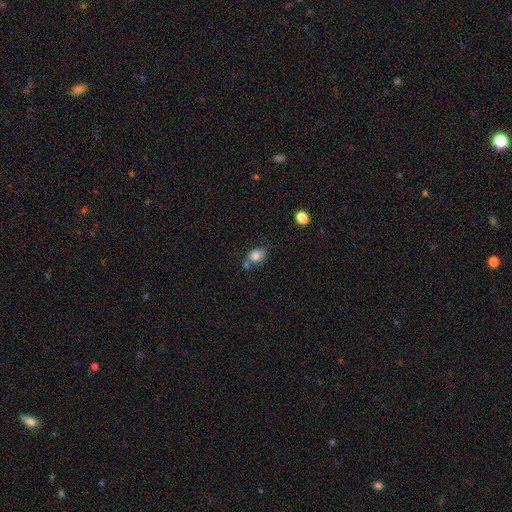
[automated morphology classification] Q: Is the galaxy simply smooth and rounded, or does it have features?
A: smooth — 82%.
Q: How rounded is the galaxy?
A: in between — 51%.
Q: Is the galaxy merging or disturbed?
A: none — 56%.